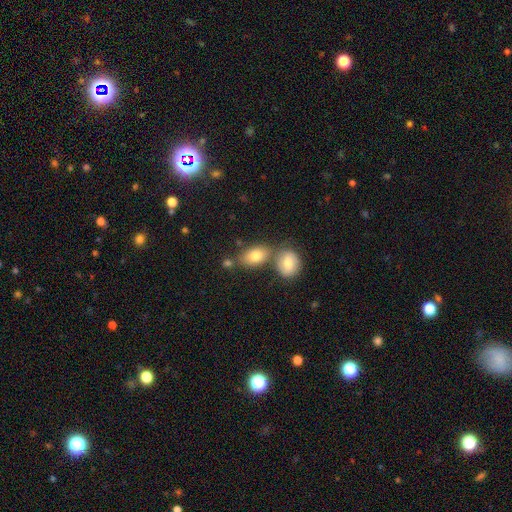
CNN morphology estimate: Smooth or featured: smooth — 79% (featured or disk — 13%)
How rounded: in between — 86% (round — 12%)
Merging: none — 55% (merger — 30%)